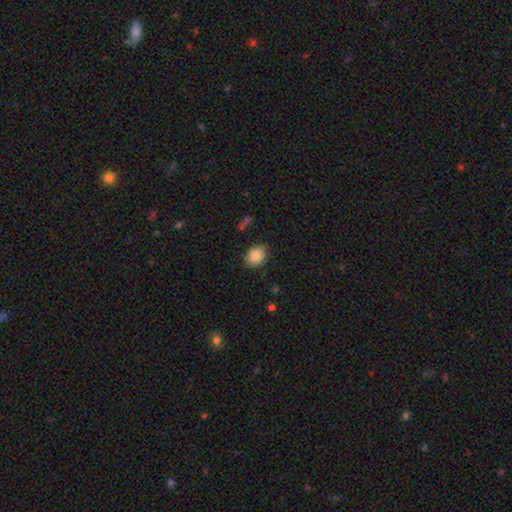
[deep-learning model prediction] Smooth or featured? Predicted: smooth (p=0.86). How rounded? Predicted: in between (p=0.55). Merging? Predicted: none (p=0.85).